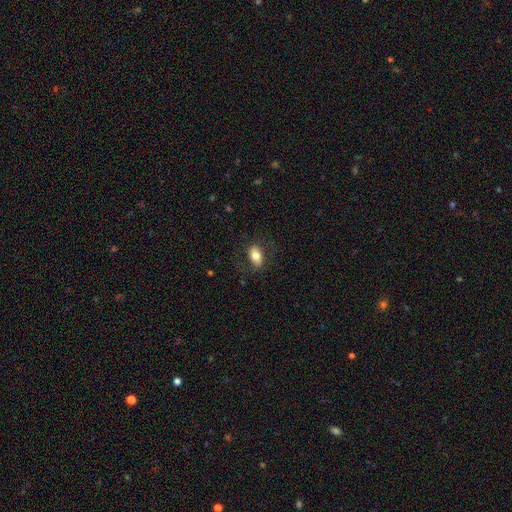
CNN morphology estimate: Smooth or featured?
  - smooth: 74% *
  - featured or disk: 18%
  - star or artifact: 8%
How rounded?
  - in between: 88% *
  - round: 9%
  - cigar-shaped: 3%
Merging?
  - none: 78% *
  - minor disturbance: 14%
  - major disturbance: 7%
  - merger: 1%